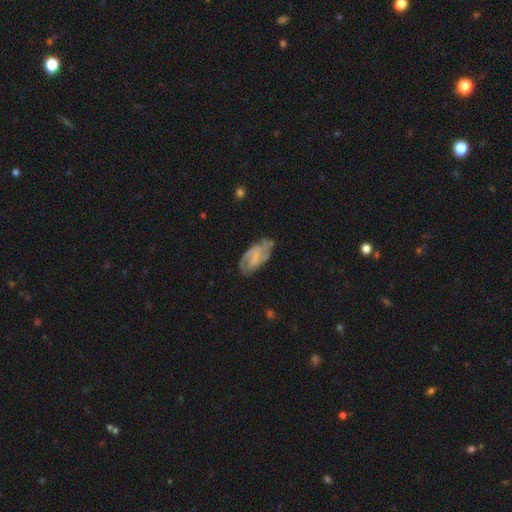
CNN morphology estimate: The model was most divided on "bar": weak: 43%, no: 32%, strong: 25%. Remaining: edge-on disk — no (96%); spiral arms — yes (87%); smooth or featured — featured or disk (73%); spiral arm count — 2 (73%); merging — none (62%); bulge size — none (57%); spiral winding — medium (46%).